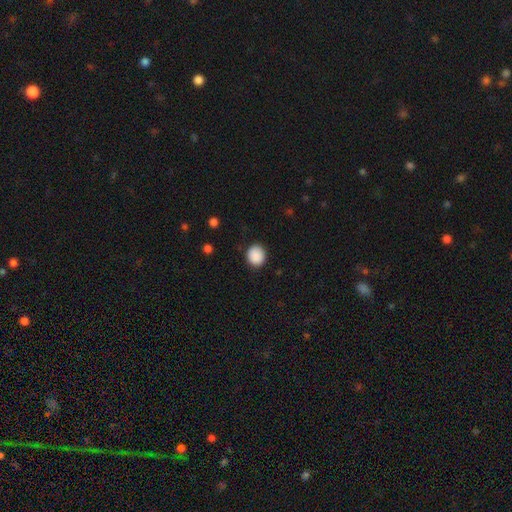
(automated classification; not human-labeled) This appears to be a smooth galaxy with no disk features (90%) that is round (81%). Merging: none (88%).